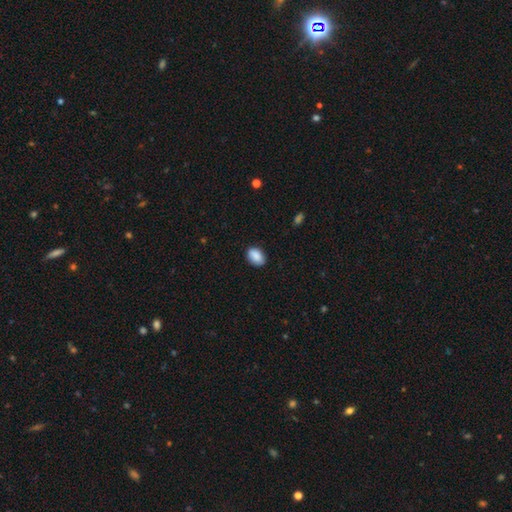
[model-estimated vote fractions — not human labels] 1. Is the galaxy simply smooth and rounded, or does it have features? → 88% smooth, 7% star or artifact, 5% featured or disk.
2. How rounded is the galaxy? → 83% in between, 16% round, 1% cigar-shaped.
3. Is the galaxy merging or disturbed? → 85% none, 12% minor disturbance, 2% major disturbance, 1% merger.